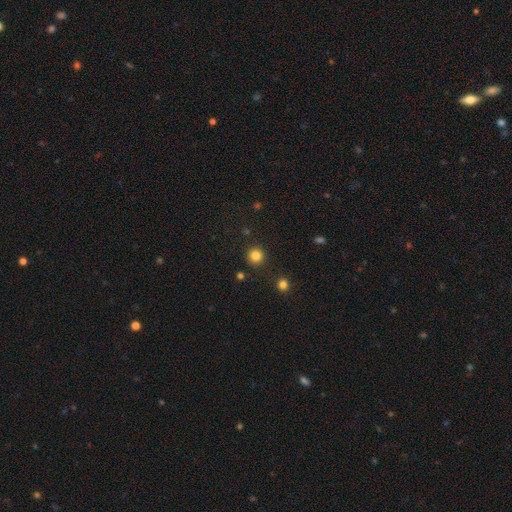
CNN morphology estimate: smooth-or-featured: smooth: 83% | star or artifact: 13% | featured or disk: 4%
  how-rounded: round: 94% | in between: 5% | cigar-shaped: 1%
  merging: none: 91% | minor disturbance: 5% | major disturbance: 2% | merger: 2%